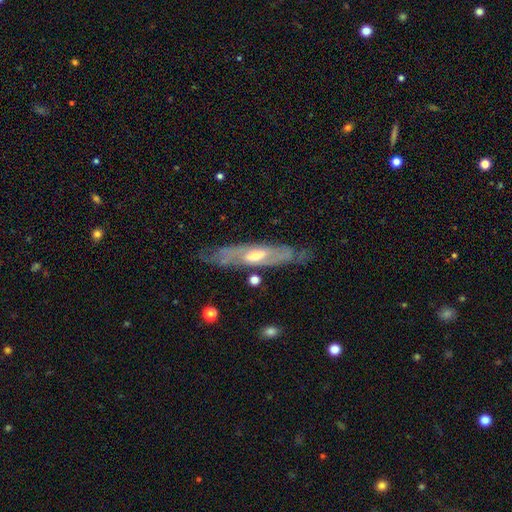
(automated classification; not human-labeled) A featured or disk galaxy (74%).

Vote fractions:
- Smooth or featured? featured or disk: 74% / smooth: 20% / star or artifact: 6%
- Edge-on disk? no: 61% / yes: 39%
- Merging? none: 74% / minor disturbance: 17% / major disturbance: 6% / merger: 2%